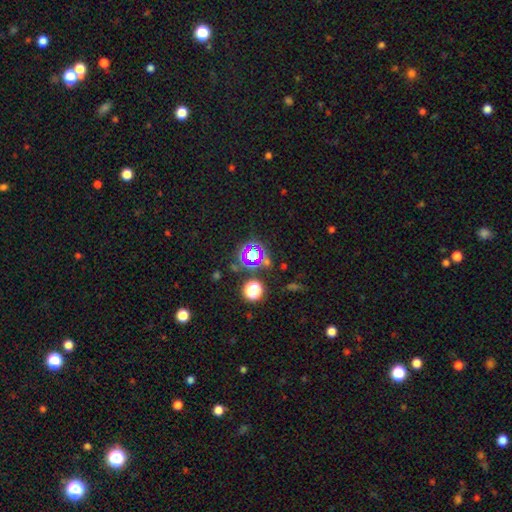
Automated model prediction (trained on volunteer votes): Q: Smooth or featured?
A: star or artifact (63%); runner-up: smooth (26%)